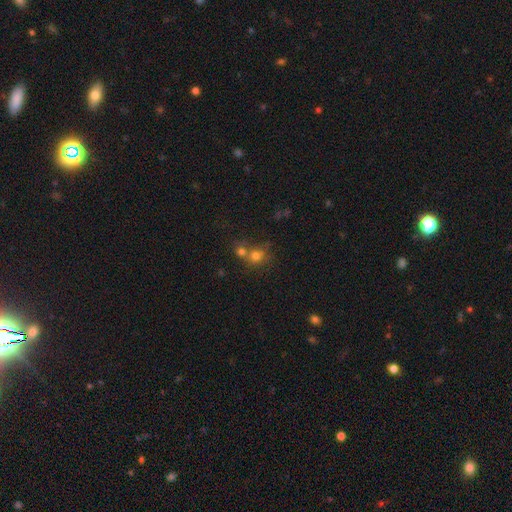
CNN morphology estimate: The model was most divided on "merging": merger: 50%, none: 38%, minor disturbance: 8%, major disturbance: 4%. More confident: how rounded — round (79%); smooth or featured — smooth (70%).